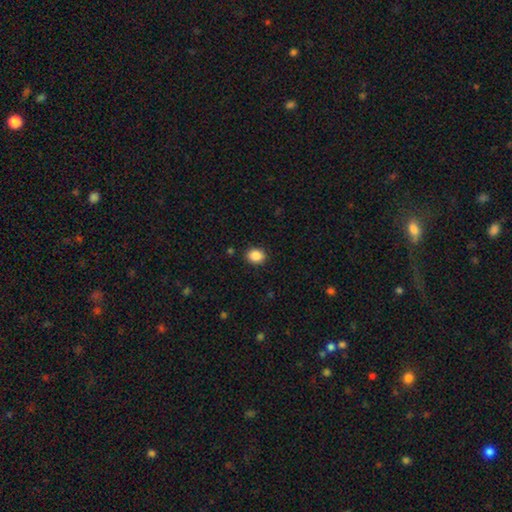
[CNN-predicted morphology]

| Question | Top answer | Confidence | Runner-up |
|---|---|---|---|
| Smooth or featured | smooth | 87% | star or artifact (9%) |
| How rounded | round | 50% | in between (49%) |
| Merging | none | 90% | minor disturbance (7%) |